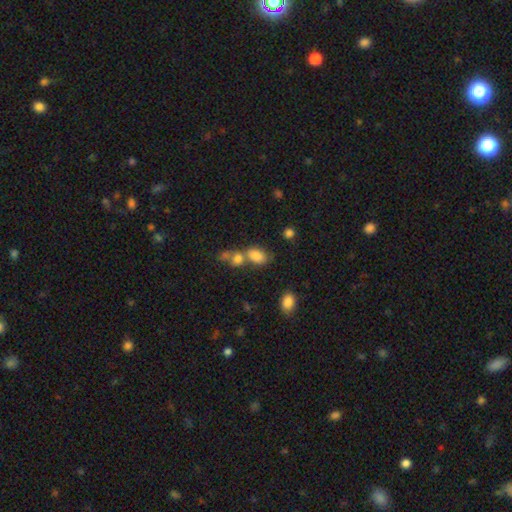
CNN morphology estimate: smooth 80%, star or artifact 11%, featured or disk 9%. Down the decision tree: how rounded — in between (82%); merging — merger (45%).